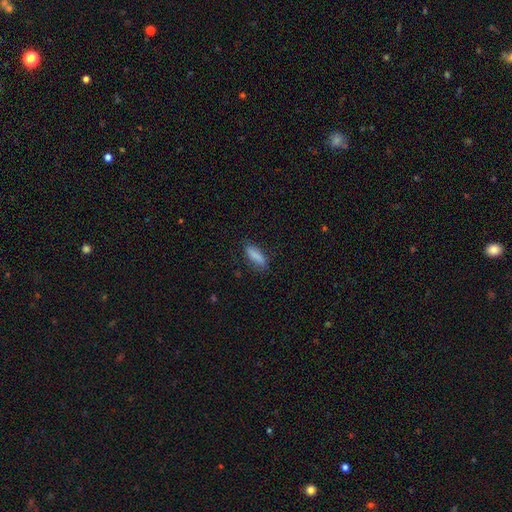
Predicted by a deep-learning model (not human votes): Smooth or featured?
  - smooth: 83% *
  - featured or disk: 10%
  - star or artifact: 7%
How rounded?
  - cigar-shaped: 49% *
  - in between: 48%
  - round: 2%
Merging?
  - none: 78% *
  - minor disturbance: 16%
  - major disturbance: 4%
  - merger: 1%